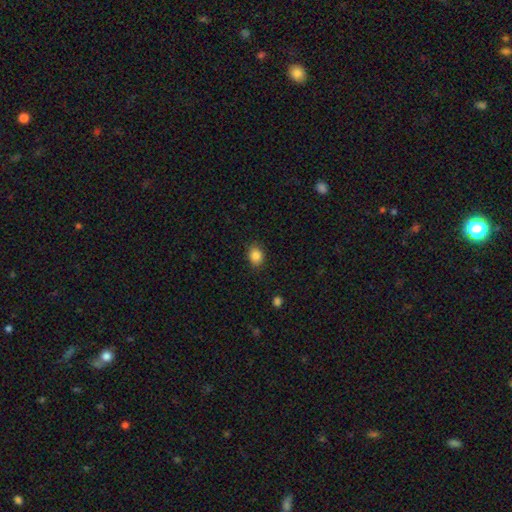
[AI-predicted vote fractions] This is clearly a smooth galaxy (86%). How rounded: likely in between (60%). Merging: clearly none (86%).